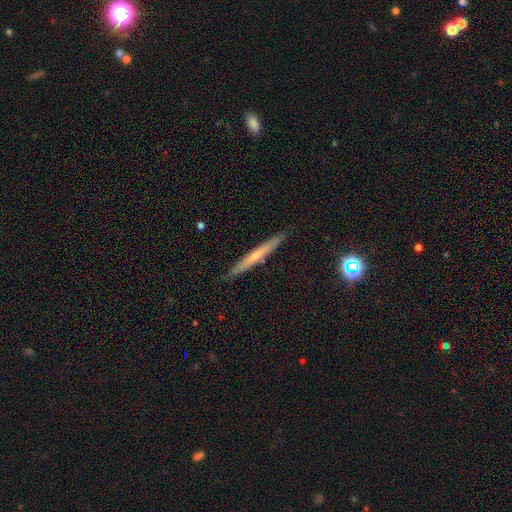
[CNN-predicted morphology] Overall: featured or disk (52%; smooth 42%). Edge-on disk: yes (95%). Merging: none (89%).